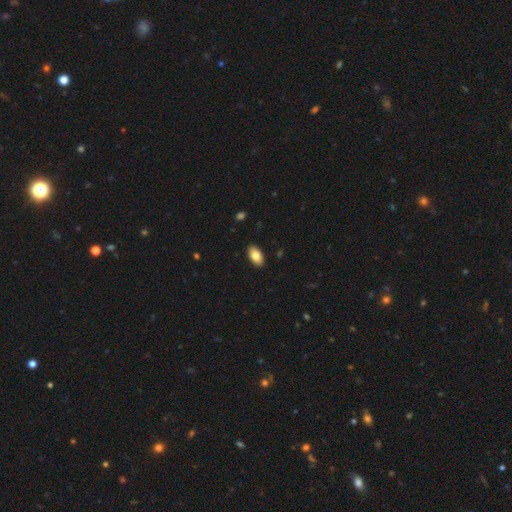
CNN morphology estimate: smooth-or-featured: smooth: 82% | featured or disk: 11% | star or artifact: 7%
  how-rounded: in between: 94% | round: 4% | cigar-shaped: 2%
  merging: none: 90% | minor disturbance: 7% | major disturbance: 2% | merger: 1%